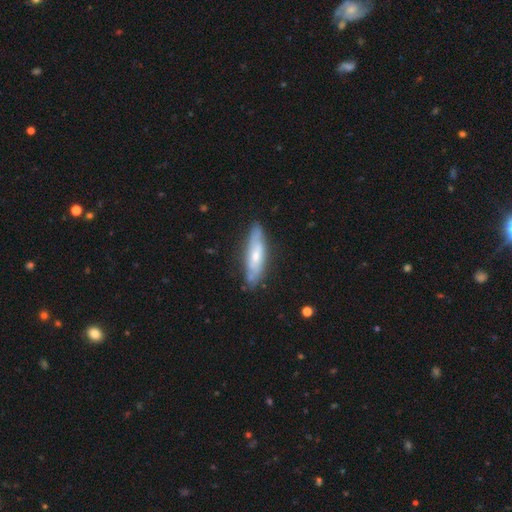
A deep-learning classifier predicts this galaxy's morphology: Smooth or featured?
  - featured or disk: 53% *
  - smooth: 41%
  - star or artifact: 6%
Edge-on disk?
  - yes: 50% * (tied)
  - no: 50% * (tied)
Merging?
  - none: 78% *
  - minor disturbance: 17%
  - major disturbance: 3%
  - merger: 2%